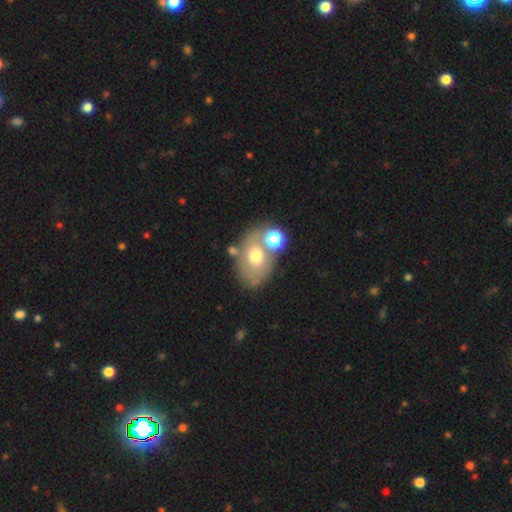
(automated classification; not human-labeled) The model was most divided on "smooth or featured": smooth: 55%, featured or disk: 32%, star or artifact: 12%. More confident: how rounded — in between (69%); merging — none (51%).